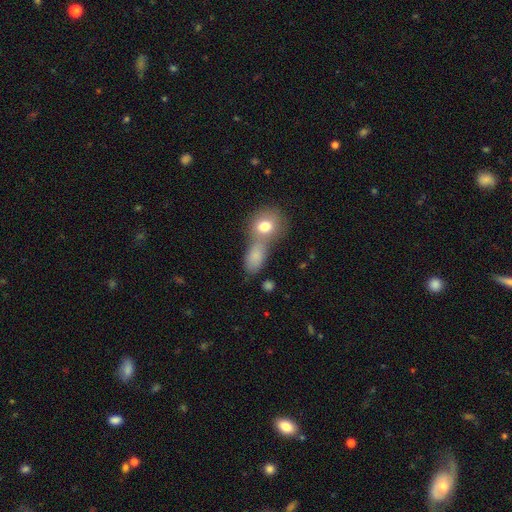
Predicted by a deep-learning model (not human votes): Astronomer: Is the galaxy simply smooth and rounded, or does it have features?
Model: smooth — 78%.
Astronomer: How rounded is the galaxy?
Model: in between — 72%.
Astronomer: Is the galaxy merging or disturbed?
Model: merger — 51% (runner-up: none, 33%).